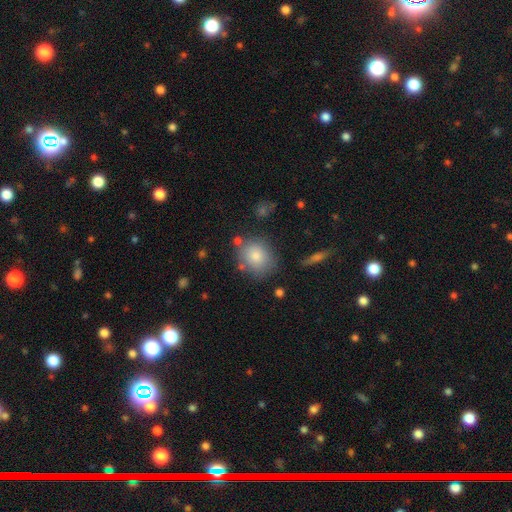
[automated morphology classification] type=smooth (81%); roundness=round (68%); merging=none (74%).